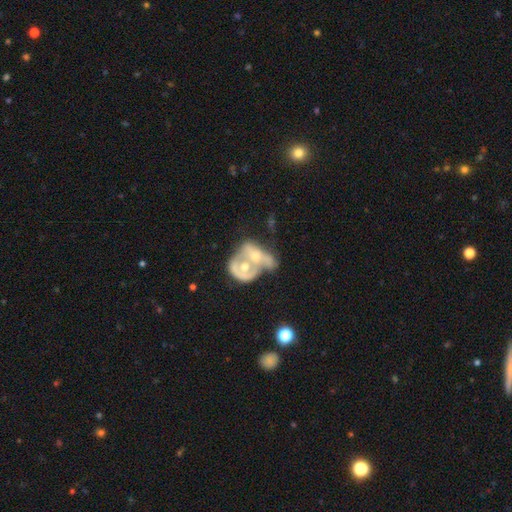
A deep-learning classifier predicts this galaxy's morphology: type=featured or disk (59%); edge-on=no (96%); bar=no (85%); spiral arms=no (69%); bulge=moderate (70%); merging=merger (78%).